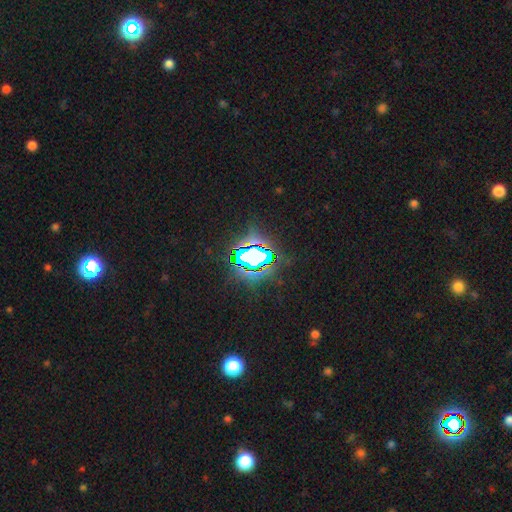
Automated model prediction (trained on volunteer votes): smooth-or-featured: star or artifact: 75% | featured or disk: 13% | smooth: 12%